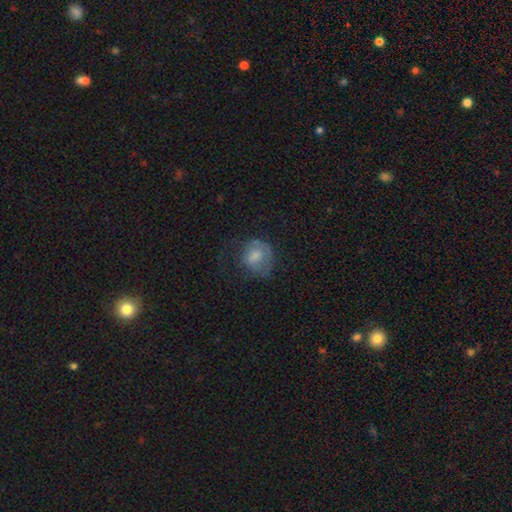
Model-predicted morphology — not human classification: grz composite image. It shows a smooth galaxy with no disk features (64%) that is round (67%). Merging: none (43%).